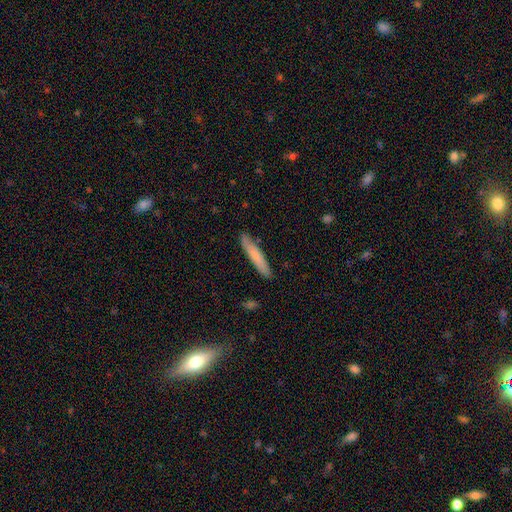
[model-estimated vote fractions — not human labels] Smooth or featured: smooth — 72% (featured or disk — 22%)
How rounded: cigar-shaped — 92% (in between — 7%)
Merging: none — 85% (minor disturbance — 11%)